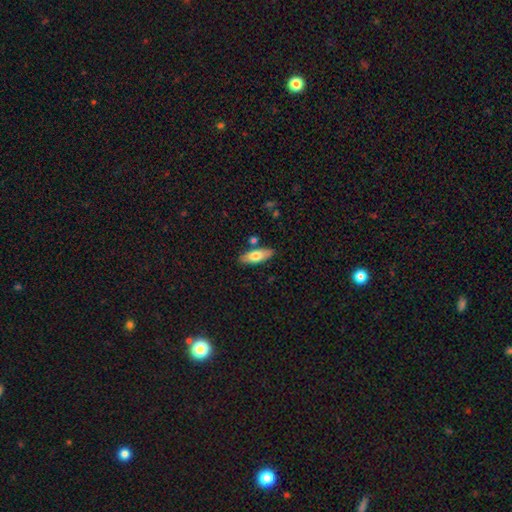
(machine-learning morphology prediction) type=smooth (71%); roundness=in between (73%); merging=none (82%).